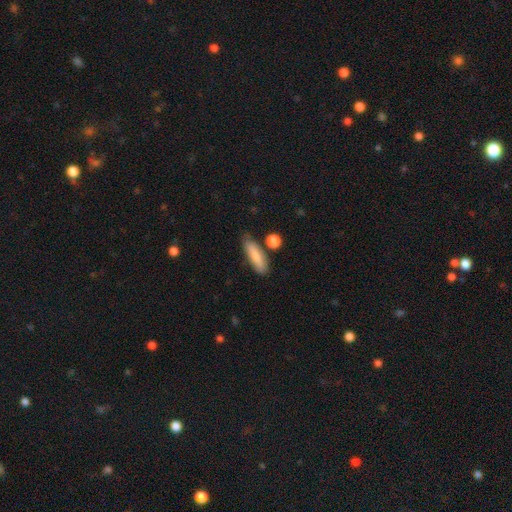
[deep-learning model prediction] Morphology: type=smooth (79%); roundness=cigar-shaped (55%); merging=none (73%).